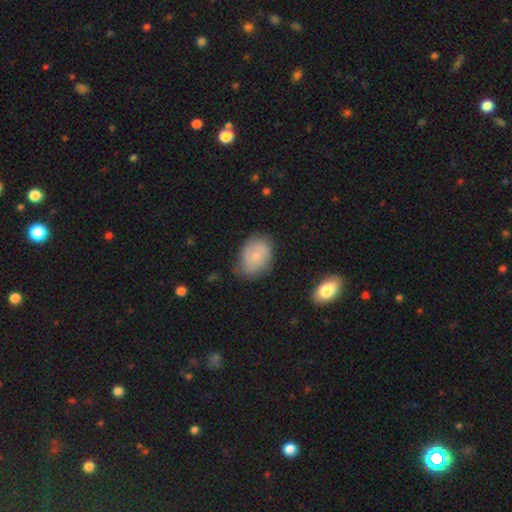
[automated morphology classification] This is likely a smooth galaxy (62%). How rounded: likely in between (71%). Merging: likely none (62%).